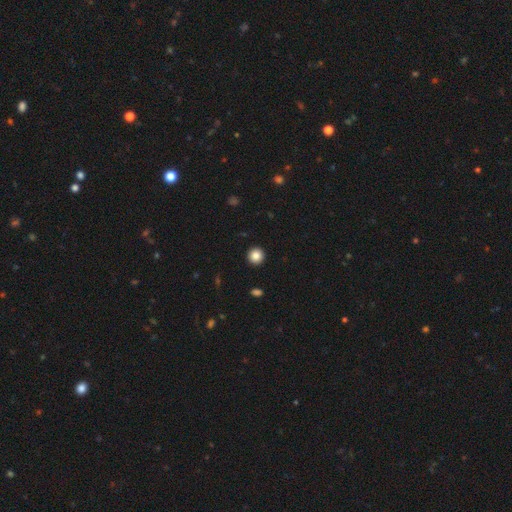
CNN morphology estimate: Smooth or featured?
  - smooth: 85% *
  - star or artifact: 10%
  - featured or disk: 5%
How rounded?
  - round: 95% *
  - in between: 4%
  - cigar-shaped: 1%
Merging?
  - none: 93% *
  - minor disturbance: 4%
  - major disturbance: 1%
  - merger: 1%